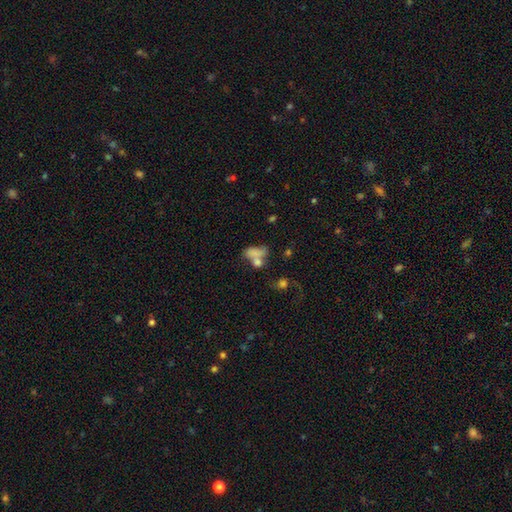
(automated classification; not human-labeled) Smooth or featured?
  - smooth: 68% *
  - featured or disk: 18%
  - star or artifact: 13%
How rounded?
  - in between: 77% *
  - round: 15%
  - cigar-shaped: 7%
Merging?
  - merger: 43% *
  - none: 27%
  - major disturbance: 16%
  - minor disturbance: 14%